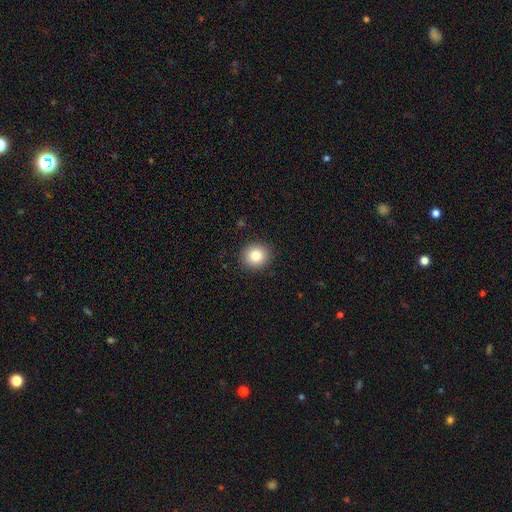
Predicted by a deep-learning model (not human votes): A smooth galaxy with no disk features (84%) that is round (84%). Merging: none (90%).